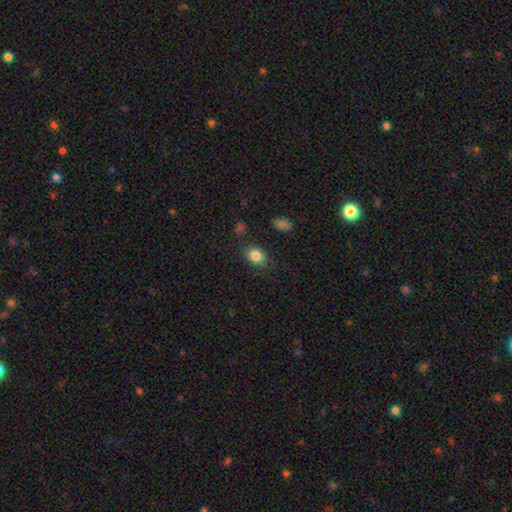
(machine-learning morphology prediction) type=smooth (84%); roundness=in between (73%); merging=none (80%).